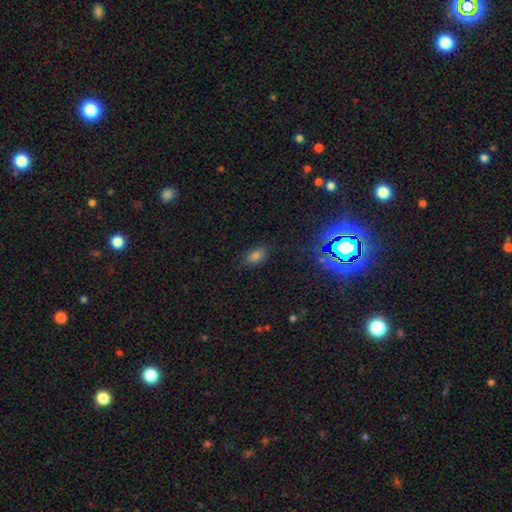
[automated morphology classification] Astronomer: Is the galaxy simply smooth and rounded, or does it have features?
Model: smooth — 68%.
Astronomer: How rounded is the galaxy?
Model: in between — 87%.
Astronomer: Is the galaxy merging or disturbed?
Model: none — 81%.